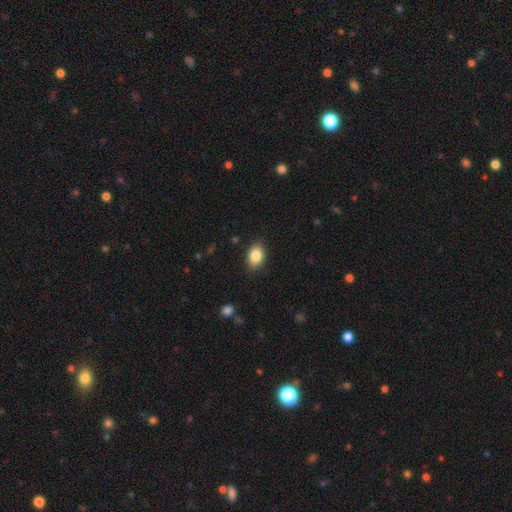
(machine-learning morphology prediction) A smooth galaxy with no disk features (86%) that is in between round and cigar-shaped (83%). Merging: none (86%).